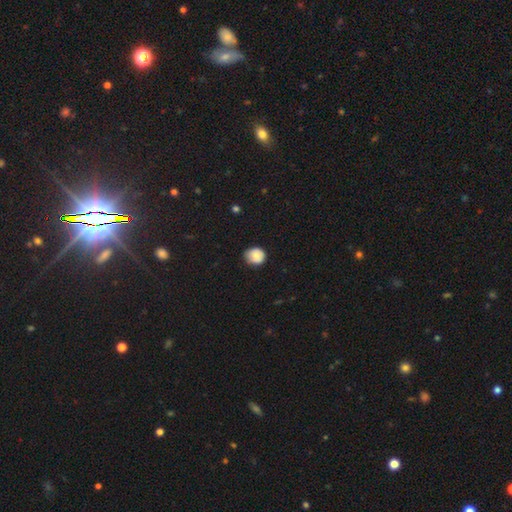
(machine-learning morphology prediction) This appears to be a smooth galaxy with no disk features (76%) that is round (74%). Merging: none (69%).